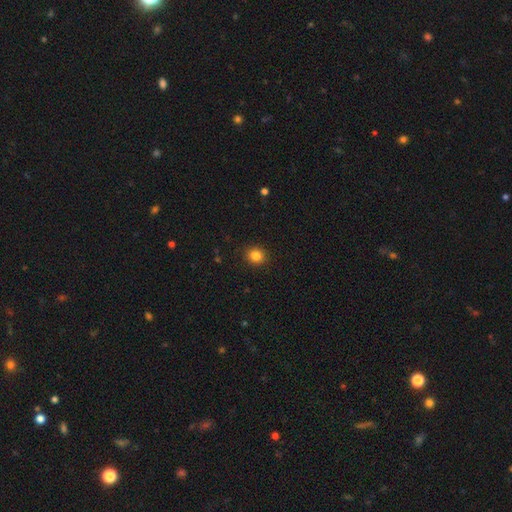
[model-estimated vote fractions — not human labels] Smooth or featured? Predicted: smooth (p=0.83). How rounded? Predicted: round (p=0.82). Merging? Predicted: none (p=0.91).